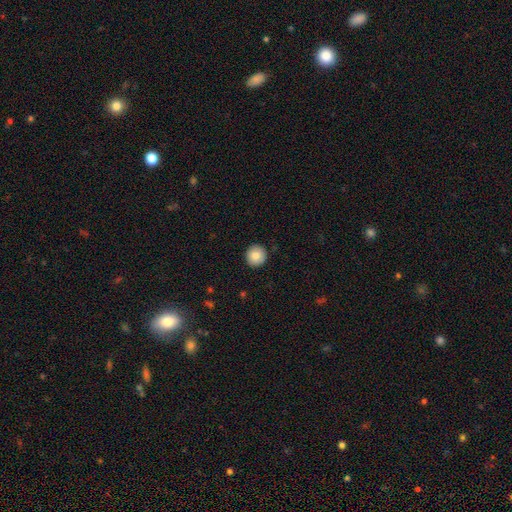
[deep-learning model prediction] Morphology: type=smooth (83%); roundness=round (94%); merging=none (92%).